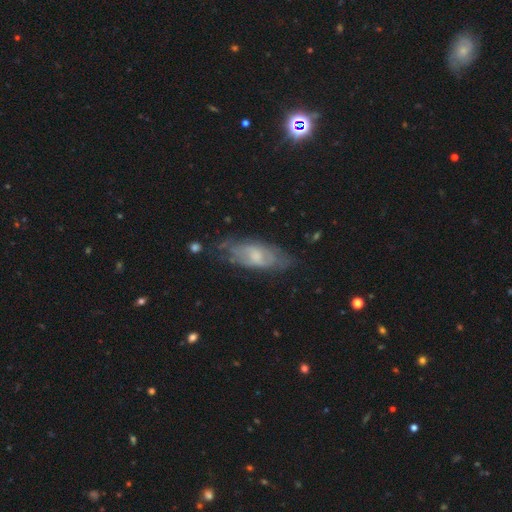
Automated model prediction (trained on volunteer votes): Smooth or featured? Predicted: featured or disk (p=0.58). Edge-on disk? Predicted: no (p=0.84). Merging? Predicted: none (p=0.60).